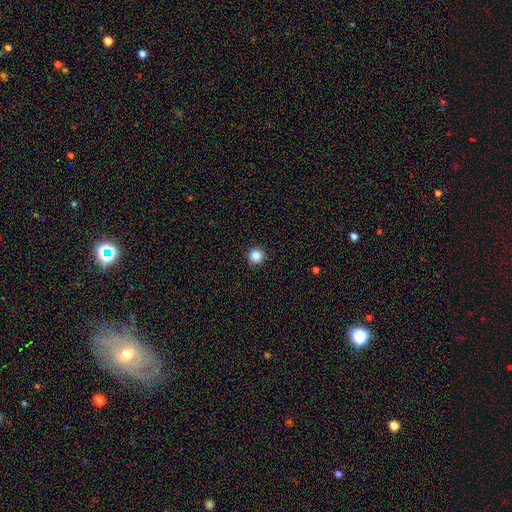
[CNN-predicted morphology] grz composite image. It shows a smooth galaxy with no disk features (85%) that is round (96%). Merging: none (93%).